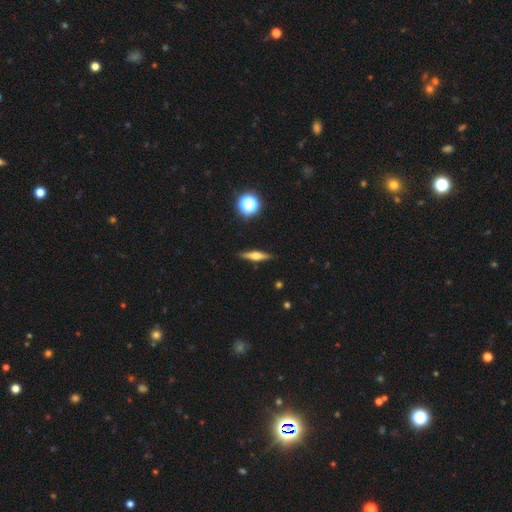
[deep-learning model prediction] Morphology: type=featured or disk (58%); edge-on=yes (96%); edge-on bulge=rounded (90%); merging=none (90%).